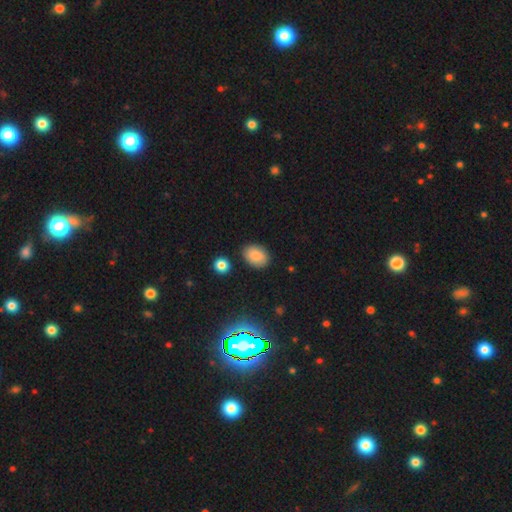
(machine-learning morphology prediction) smooth_or_featured: smooth (p=0.84) [alt: star or artifact p=0.09]
how_rounded: in between (p=0.79) [alt: round p=0.20]
merging: none (p=0.85) [alt: minor disturbance p=0.10]